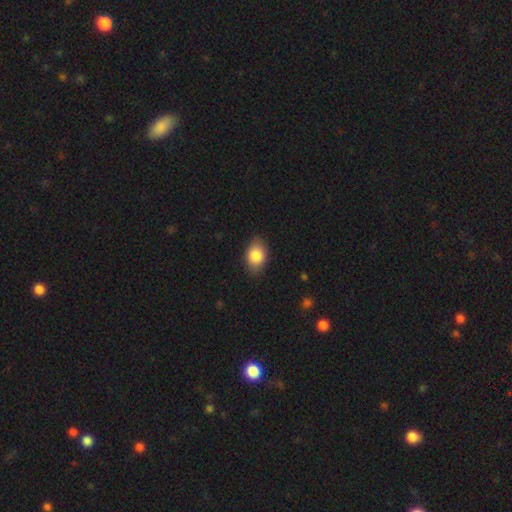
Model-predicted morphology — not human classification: Overall: smooth (86%). How rounded: in between (80%). Merging: none (83%).